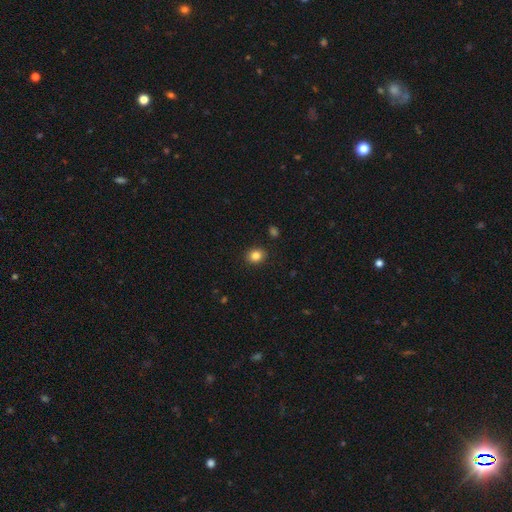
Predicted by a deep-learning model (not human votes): Smooth or featured? Predicted: smooth (p=0.84). How rounded? Predicted: round (p=0.63). Merging? Predicted: none (p=0.90).